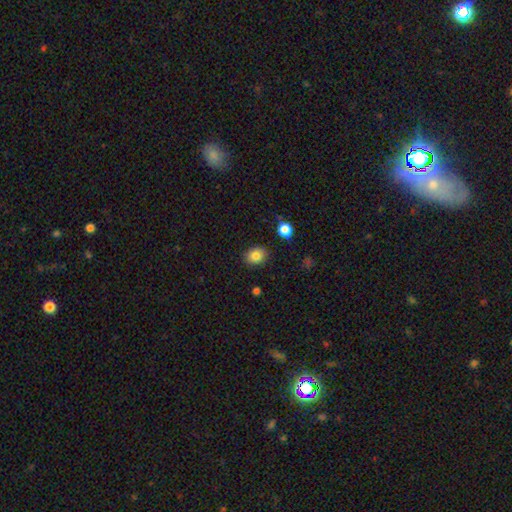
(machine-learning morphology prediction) Smooth or featured? smooth (83%)
How rounded? round (57%)
Merging? none (88%)